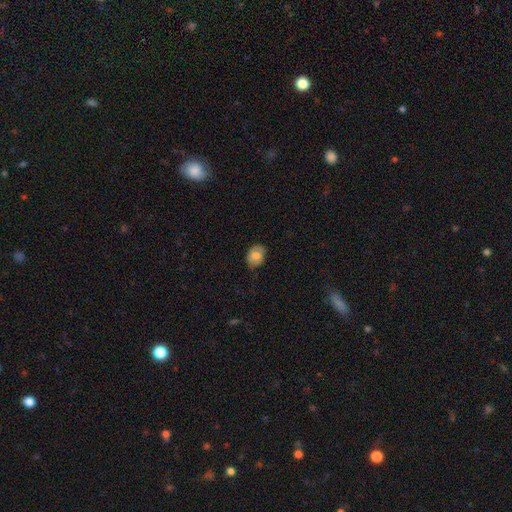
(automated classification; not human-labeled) Morphology: type=smooth (70%); roundness=in between (59%); merging=none (77%).